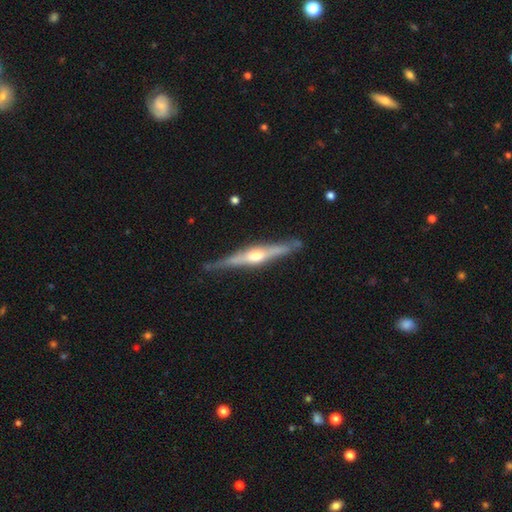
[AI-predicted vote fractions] A featured or disk galaxy (79%) viewed edge-on (97%) with a rounded central bulge (90%).

Vote fractions:
- Smooth or featured? featured or disk: 79% / smooth: 16% / star or artifact: 5%
- Edge-on disk? yes: 97% / no: 3%
- Edge-on bulge? rounded: 90% / boxy: 7% / none: 4%
- Merging? none: 84% / minor disturbance: 12% / major disturbance: 2% / merger: 2%